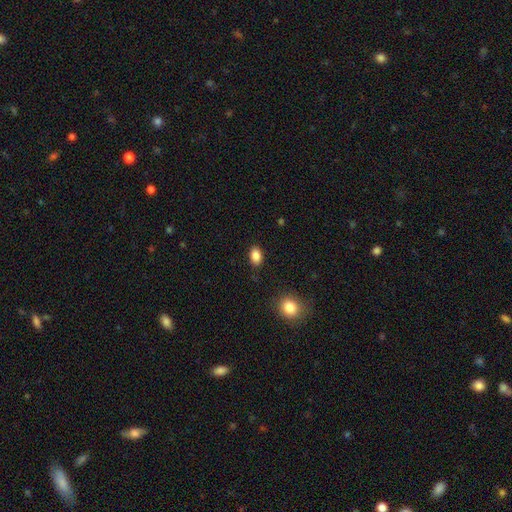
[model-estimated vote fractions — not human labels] Q: Smooth or featured?
A: smooth (86%); runner-up: star or artifact (9%)
Q: How rounded?
A: in between (84%); runner-up: round (14%)
Q: Merging?
A: none (86%); runner-up: minor disturbance (10%)